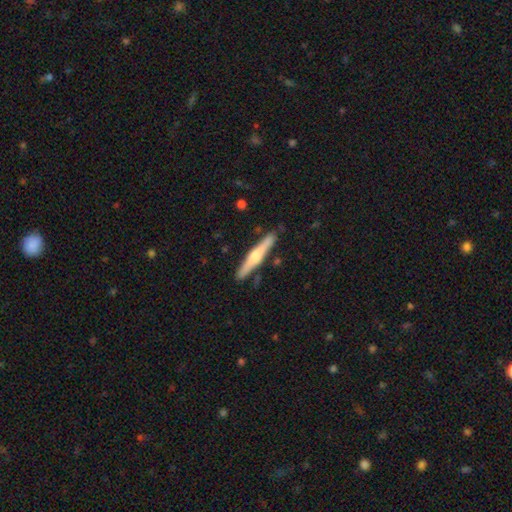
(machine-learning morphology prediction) featured or disk 59%, smooth 36%, star or artifact 5%. Down the decision tree: edge-on disk — yes (97%); edge-on bulge — rounded (78%); merging — none (88%).